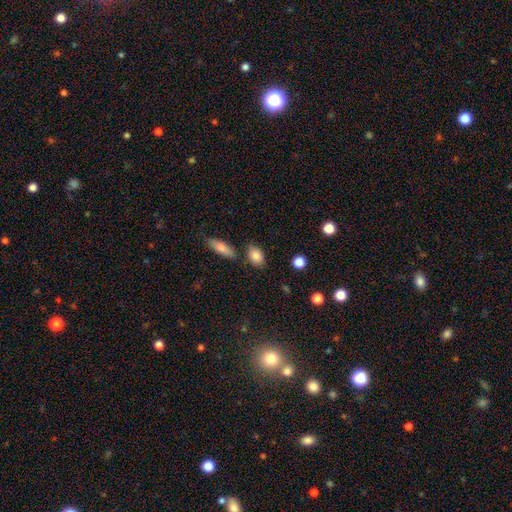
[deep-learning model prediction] Morphology: type=smooth (85%); roundness=in between (81%); merging=none (76%).